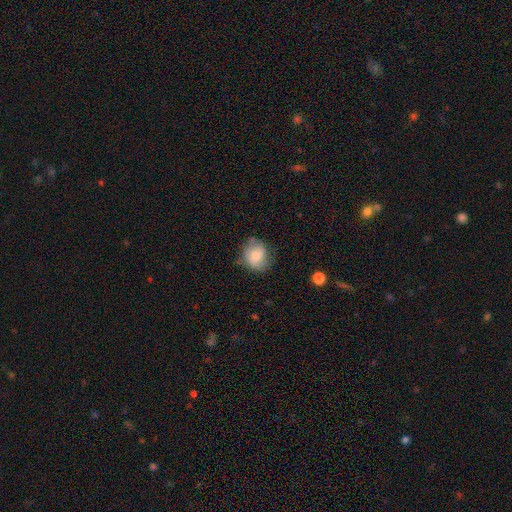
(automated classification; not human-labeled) smooth_or_featured: smooth (p=0.62) [alt: featured or disk p=0.30]
how_rounded: round (p=0.72) [alt: in between p=0.27]
merging: none (p=0.68) [alt: minor disturbance p=0.24]